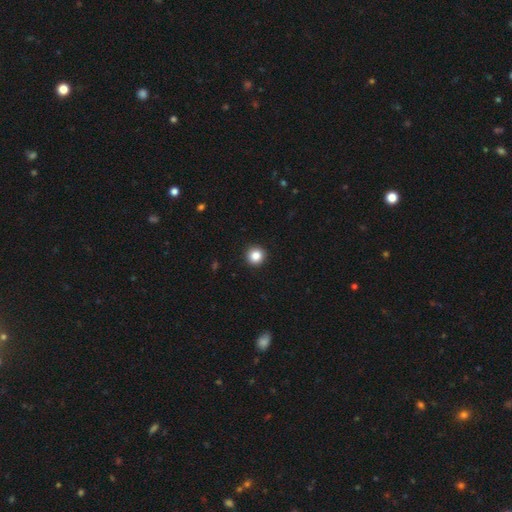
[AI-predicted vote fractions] smooth_or_featured: smooth (p=0.86) [alt: star or artifact p=0.10]
how_rounded: round (p=0.94) [alt: in between p=0.05]
merging: none (p=0.93) [alt: minor disturbance p=0.05]